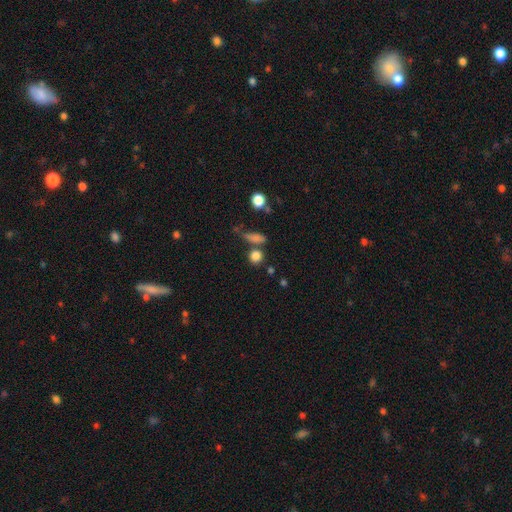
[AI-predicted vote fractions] Smooth or featured? Predicted: smooth (p=0.82). How rounded? Predicted: round (p=0.78). Merging? Predicted: none (p=0.65).